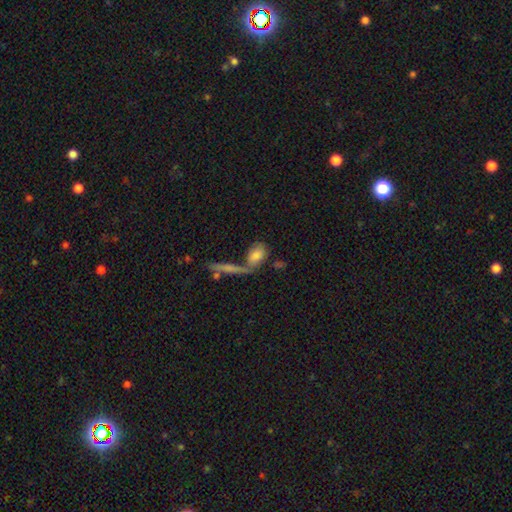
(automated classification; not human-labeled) This appears to be a smooth galaxy with no disk features (74%) that is in between round and cigar-shaped (80%). Merging: none (46%).